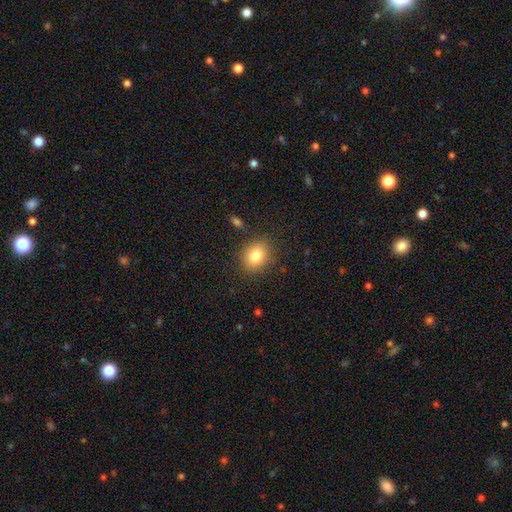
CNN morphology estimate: This is clearly a smooth galaxy (81%). How rounded: possibly round (60%). Merging: clearly none (86%).